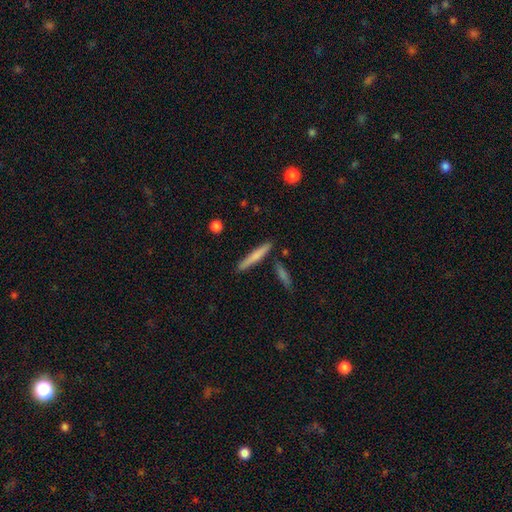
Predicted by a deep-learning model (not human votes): This is likely a smooth galaxy (68%). How rounded: clearly cigar-shaped (93%). Merging: clearly none (84%).